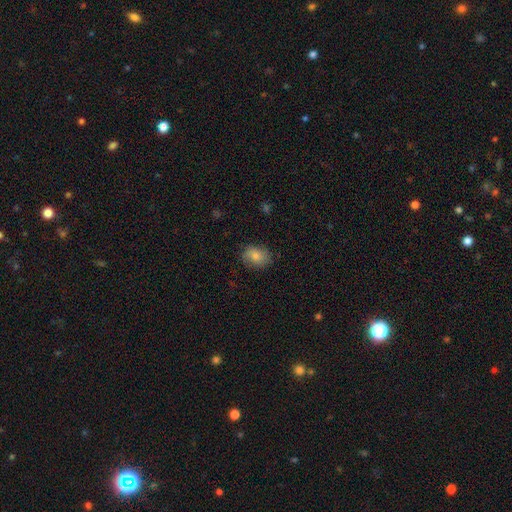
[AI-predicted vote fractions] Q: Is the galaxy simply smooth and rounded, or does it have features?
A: smooth — 79%.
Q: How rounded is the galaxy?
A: in between — 61%.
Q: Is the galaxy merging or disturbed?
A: none — 80%.